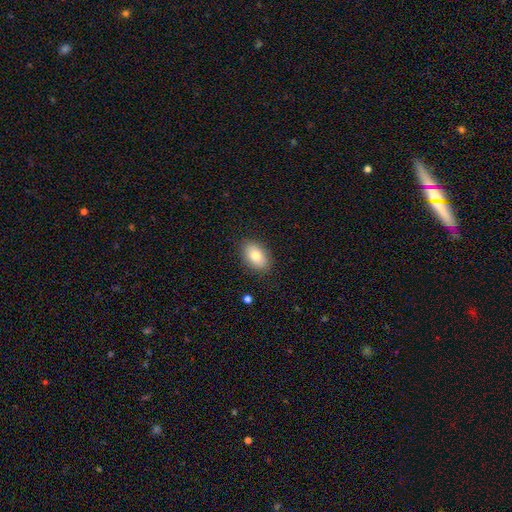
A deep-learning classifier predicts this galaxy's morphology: type=smooth (80%); roundness=in between (90%); merging=none (86%).